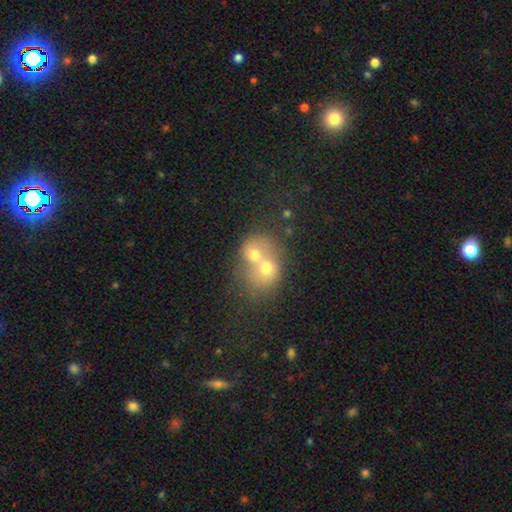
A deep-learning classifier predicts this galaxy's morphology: A smooth galaxy with no disk features (58%) that is round (60%). Merging: merger (75%).